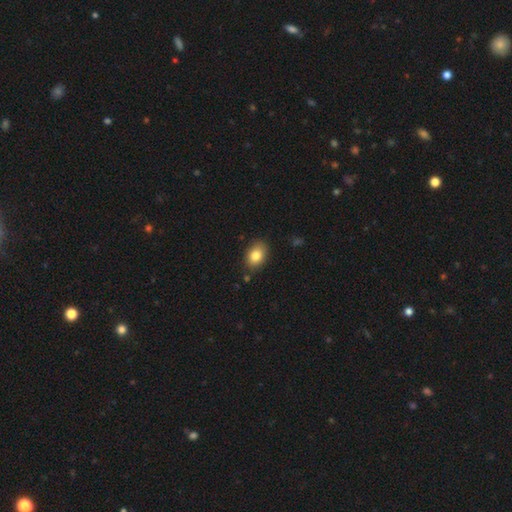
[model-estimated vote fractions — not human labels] A smooth galaxy with no disk features (83%) that is in between round and cigar-shaped (81%).

Vote fractions:
- Smooth or featured? smooth: 83% / featured or disk: 9% / star or artifact: 8%
- How rounded? in between: 81% / round: 18% / cigar-shaped: 1%
- Merging? none: 85% / minor disturbance: 11% / major disturbance: 2% / merger: 2%